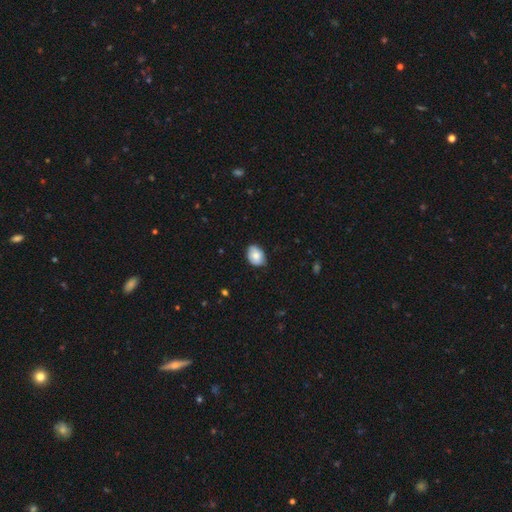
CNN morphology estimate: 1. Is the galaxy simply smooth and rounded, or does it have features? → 81% smooth, 12% featured or disk, 7% star or artifact.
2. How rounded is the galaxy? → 74% in between, 25% round, 1% cigar-shaped.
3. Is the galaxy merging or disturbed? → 77% none, 19% minor disturbance, 3% major disturbance, 1% merger.